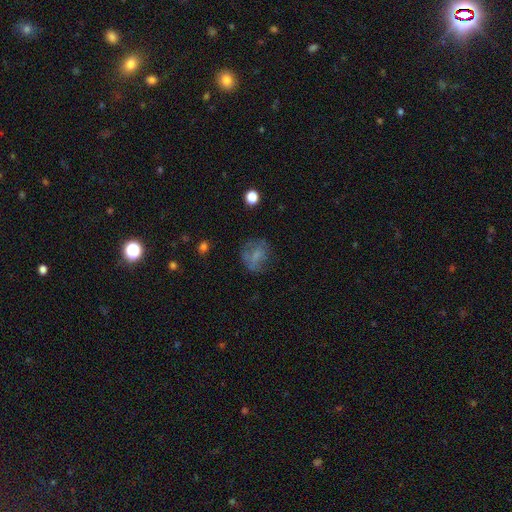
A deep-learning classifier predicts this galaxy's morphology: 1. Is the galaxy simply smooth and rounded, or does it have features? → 56% smooth, 30% featured or disk, 15% star or artifact.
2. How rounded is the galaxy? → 59% round, 39% in between, 2% cigar-shaped.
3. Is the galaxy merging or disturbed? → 56% none, 22% minor disturbance, 19% major disturbance, 3% merger.